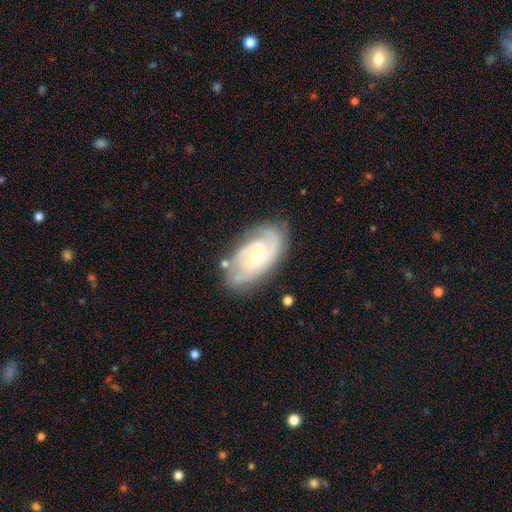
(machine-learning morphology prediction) Overall: featured or disk (86%). Edge-on disk: no (96%). Bar: no (65%; weak 29%). Spiral arms: yes (96%). Spiral arm count: 2 (44%; 3 25%). Spiral winding: tight (61%; medium 32%). Bulge size: moderate (50%; small 46%). Merging: none (74%).